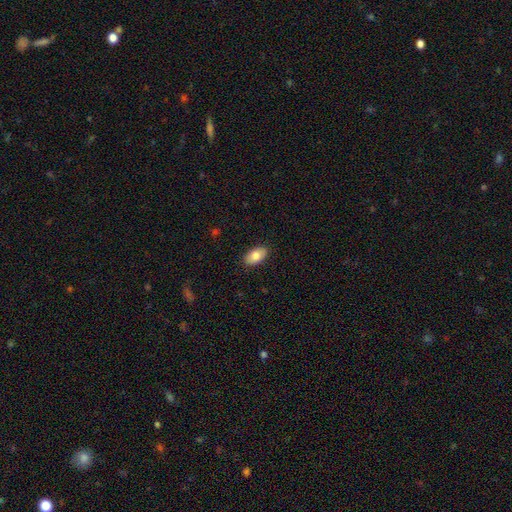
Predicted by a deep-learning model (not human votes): smooth 81%, featured or disk 12%, star or artifact 7%. Down the decision tree: how rounded — in between (93%); merging — none (89%).